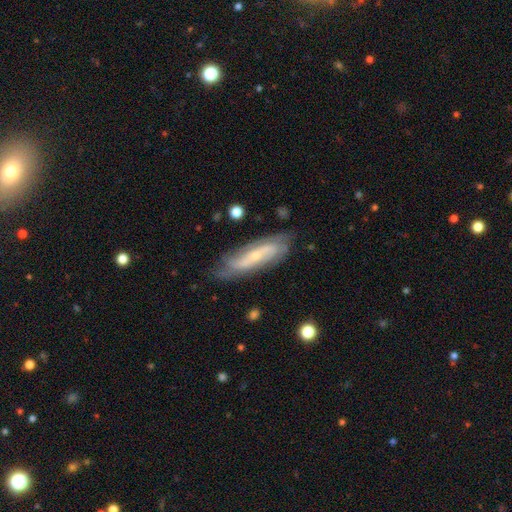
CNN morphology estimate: featured or disk 77%, smooth 17%, star or artifact 6%. Down the decision tree: edge-on disk — no (78%); bar — no (39%); spiral arms — yes (89%); spiral arm count — 2 (67%); spiral winding — medium (39%); bulge size — small (71%); merging — none (75%).